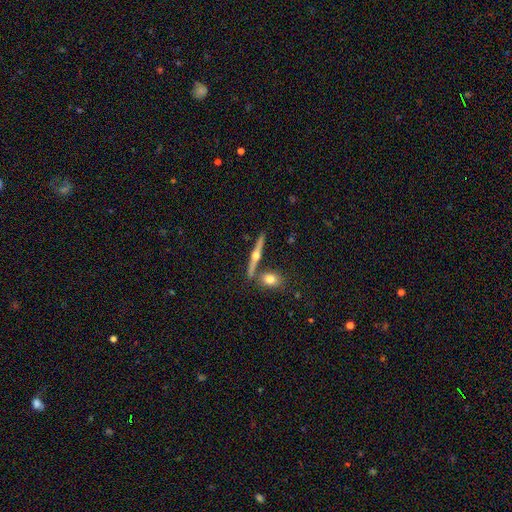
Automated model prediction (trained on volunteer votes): Overall: featured or disk (74%). Edge-on disk: yes (97%). Edge-on bulge: rounded (96%). Merging: none (78%).